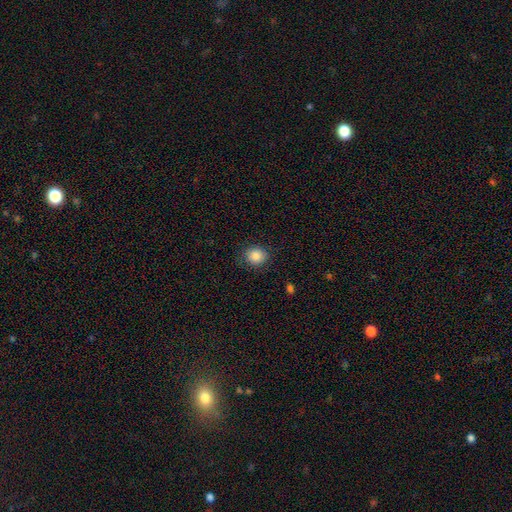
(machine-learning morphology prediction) type=smooth (87%); roundness=round (80%); merging=none (85%).